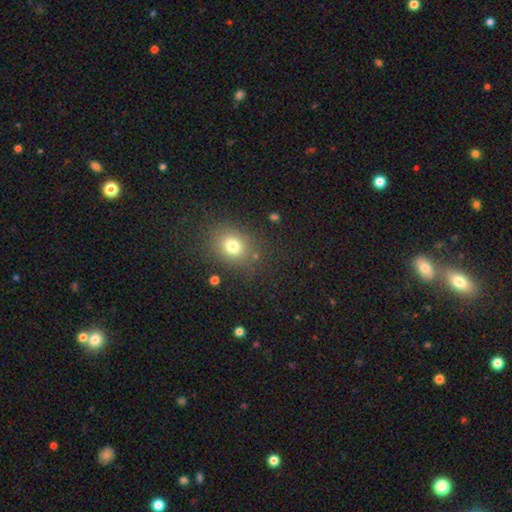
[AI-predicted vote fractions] smooth_or_featured: smooth (p=0.71) [alt: star or artifact p=0.22]
how_rounded: round (p=0.67) [alt: in between p=0.32]
merging: none (p=0.86) [alt: minor disturbance p=0.09]